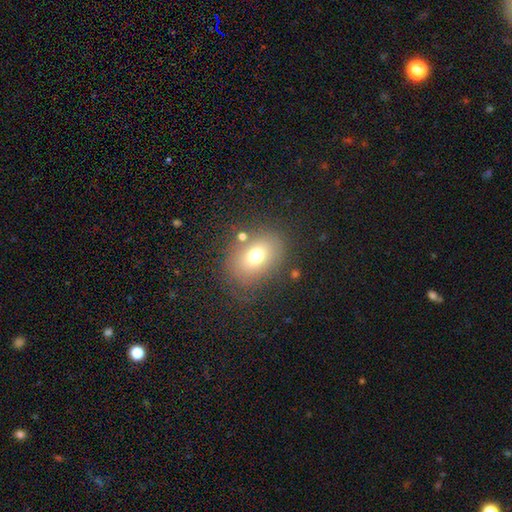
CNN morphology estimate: Smooth or featured?
  - smooth: 70% *
  - featured or disk: 17%
  - star or artifact: 13%
How rounded?
  - in between: 63% *
  - round: 35%
  - cigar-shaped: 1%
Merging?
  - none: 72% *
  - minor disturbance: 15%
  - major disturbance: 8%
  - merger: 5%